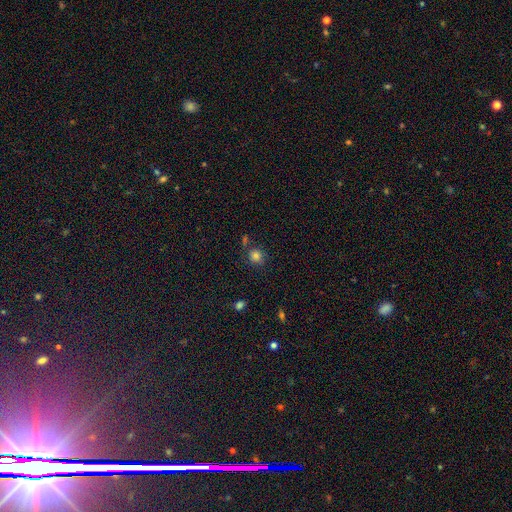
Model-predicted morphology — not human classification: The model was most divided on "merging": none: 76%, minor disturbance: 11%, merger: 10%, major disturbance: 4%. More confident: how rounded — round (87%); smooth or featured — smooth (81%).